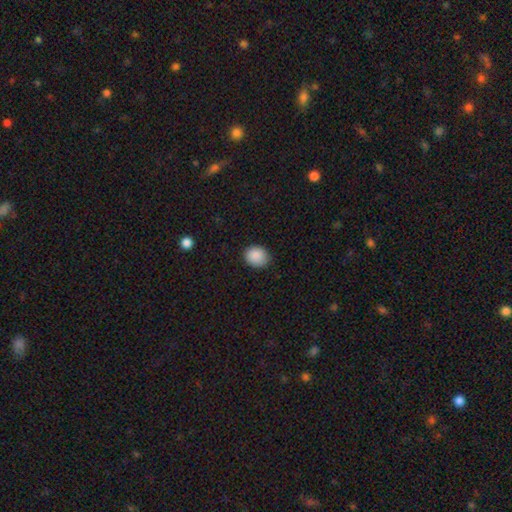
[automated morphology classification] Smooth or featured?
  - smooth: 89% *
  - star or artifact: 8%
  - featured or disk: 3%
How rounded?
  - round: 60% *
  - in between: 39%
  - cigar-shaped: 1%
Merging?
  - none: 83% *
  - minor disturbance: 13%
  - major disturbance: 3%
  - merger: 1%